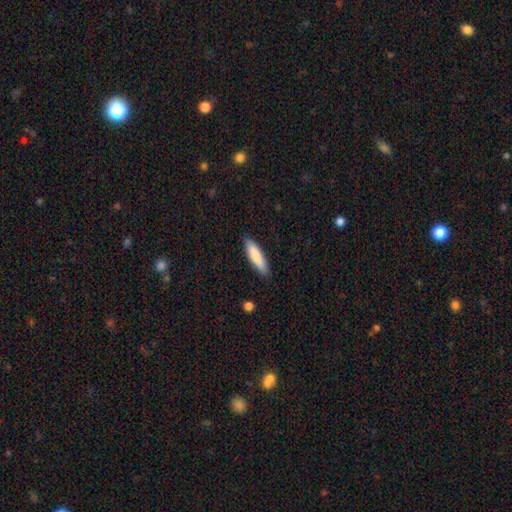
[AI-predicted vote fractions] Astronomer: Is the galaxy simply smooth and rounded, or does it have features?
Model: smooth — 83%.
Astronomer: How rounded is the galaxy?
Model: cigar-shaped — 71%.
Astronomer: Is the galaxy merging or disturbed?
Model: none — 87%.